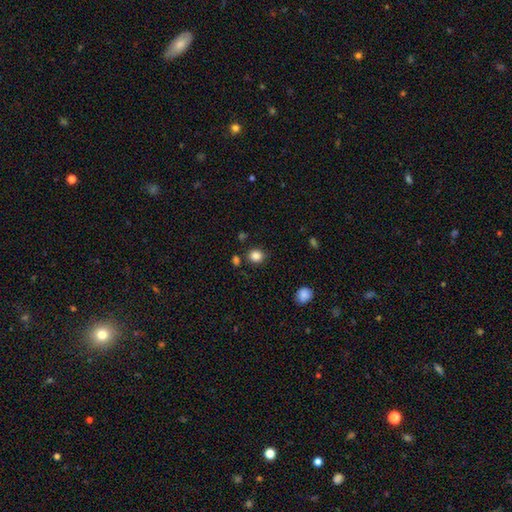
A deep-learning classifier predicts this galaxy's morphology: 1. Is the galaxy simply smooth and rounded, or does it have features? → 85% smooth, 11% star or artifact, 4% featured or disk.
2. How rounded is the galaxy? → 77% round, 22% in between, 1% cigar-shaped.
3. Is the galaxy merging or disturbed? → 83% none, 9% minor disturbance, 5% merger, 3% major disturbance.